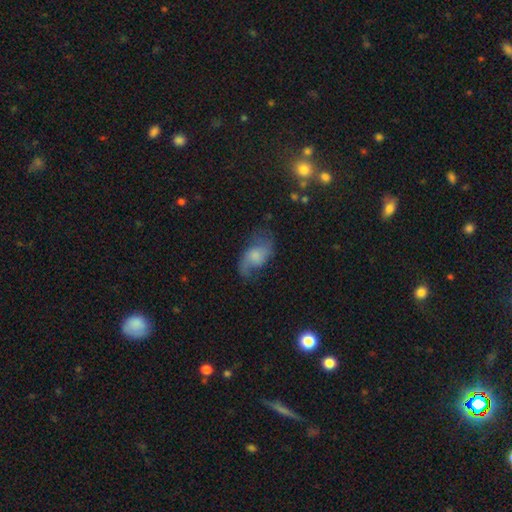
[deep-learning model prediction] Morphology: type=featured or disk (54%); edge-on=no (94%); bar=no (65%); spiral arms=yes (85%); bulge=small (32%); merging=none (54%).